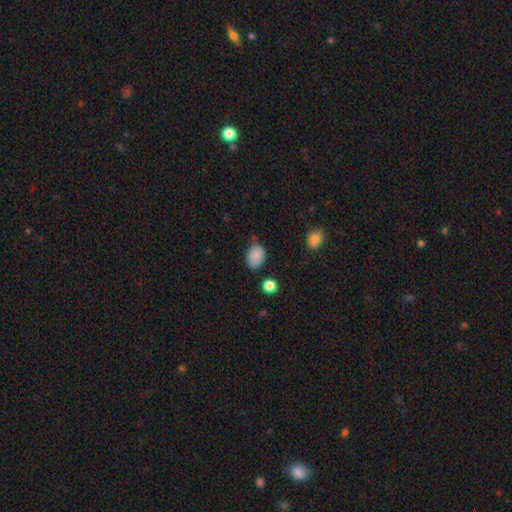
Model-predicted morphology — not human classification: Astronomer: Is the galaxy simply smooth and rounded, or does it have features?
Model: smooth — 86%.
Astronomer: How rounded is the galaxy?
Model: in between — 63%.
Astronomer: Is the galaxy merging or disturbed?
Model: none — 65%.